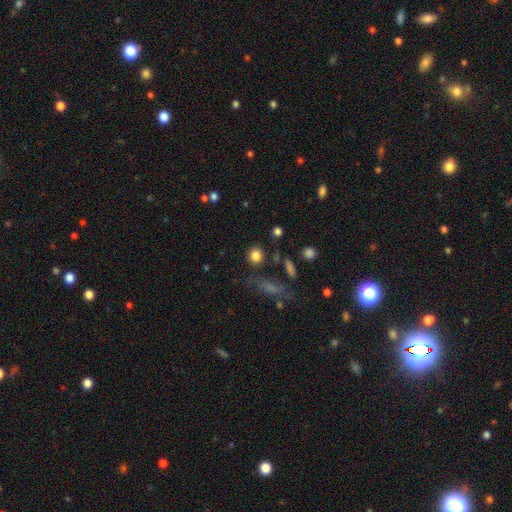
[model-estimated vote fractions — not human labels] This appears to be a smooth galaxy with no disk features (84%) that is round (85%). Merging: none (83%).